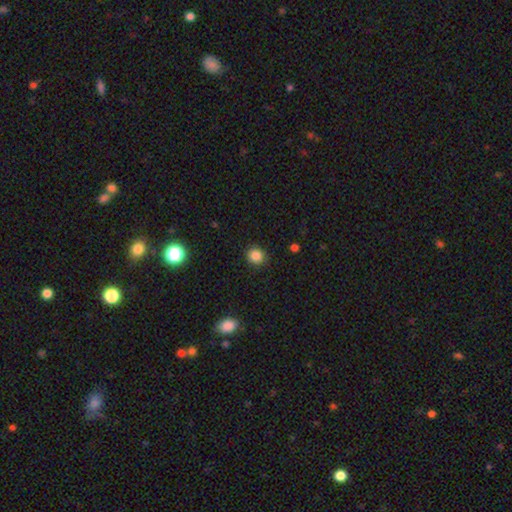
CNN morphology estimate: smooth-or-featured: smooth: 85% | star or artifact: 11% | featured or disk: 4%
  how-rounded: round: 82% | in between: 17% | cigar-shaped: 1%
  merging: none: 89% | minor disturbance: 7% | major disturbance: 2% | merger: 1%